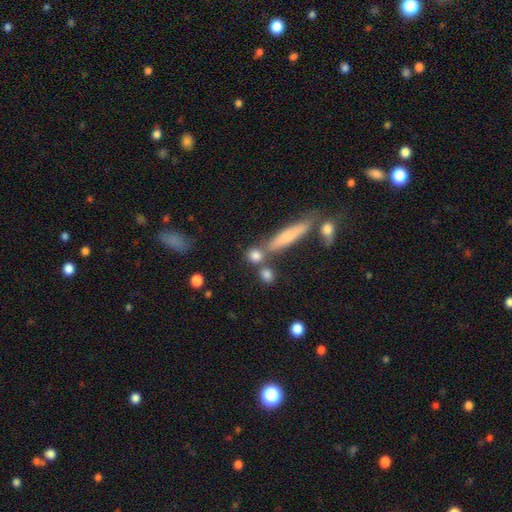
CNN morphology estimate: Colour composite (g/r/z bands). It shows a smooth galaxy with no disk features (79%) that is round (64%). Merging: none (65%).